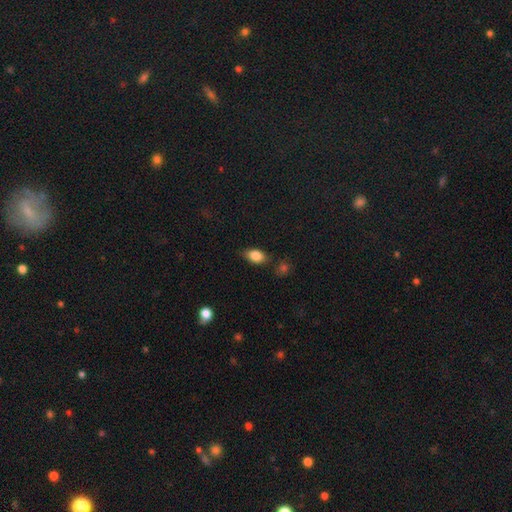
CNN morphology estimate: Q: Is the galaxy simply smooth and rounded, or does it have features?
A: smooth — 83%.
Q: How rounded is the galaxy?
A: in between — 86%.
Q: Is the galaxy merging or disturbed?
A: none — 76%.